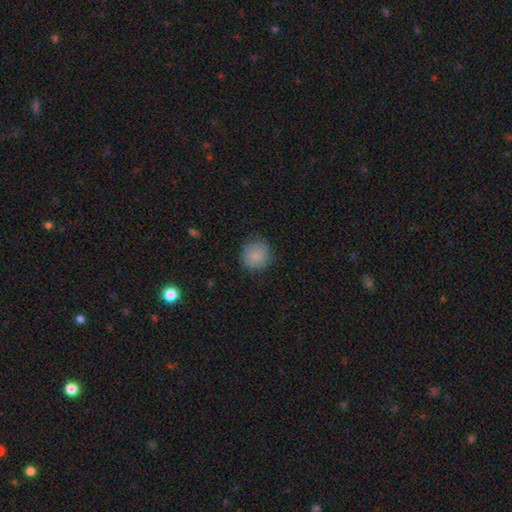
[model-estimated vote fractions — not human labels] This appears to be a smooth galaxy with no disk features (85%) that is round (91%). Merging: none (82%).